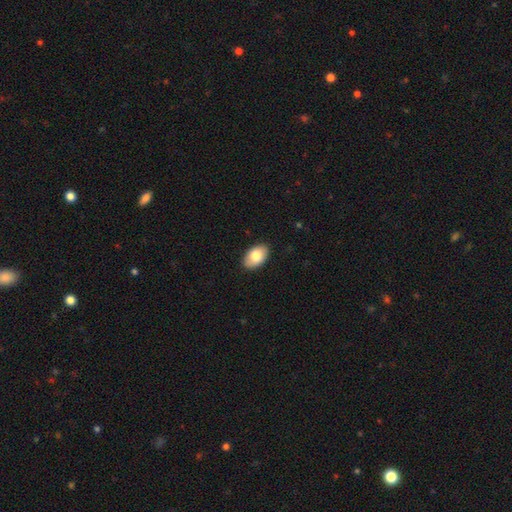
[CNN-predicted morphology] smooth_or_featured: smooth (p=0.80) [alt: featured or disk p=0.13]
how_rounded: in between (p=0.92) [alt: round p=0.07]
merging: none (p=0.88) [alt: minor disturbance p=0.09]